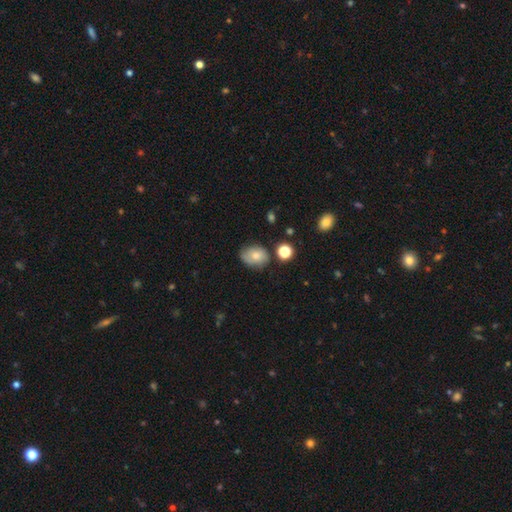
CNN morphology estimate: Overall: smooth (71%). How rounded: in between (58%; round 41%). Merging: none (63%; minor disturbance 26%).